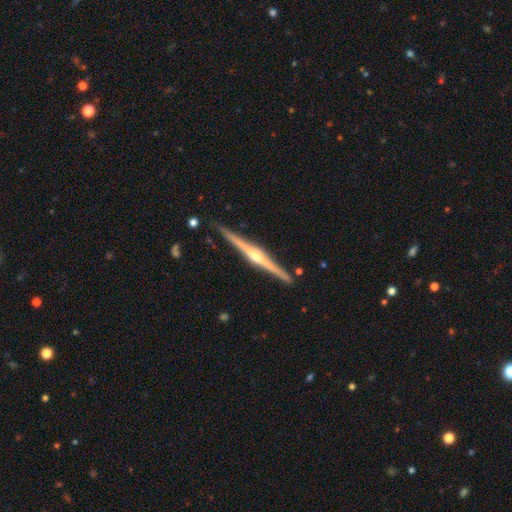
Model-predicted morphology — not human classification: A featured or disk galaxy (87%) viewed edge-on (99%) with a rounded central bulge (90%).

Vote fractions:
- Smooth or featured? featured or disk: 87% / smooth: 9% / star or artifact: 4%
- Edge-on disk? yes: 99% / no: 1%
- Edge-on bulge? rounded: 90% / boxy: 5% / none: 4%
- Merging? none: 91% / minor disturbance: 7% / merger: 1% / major disturbance: 1%